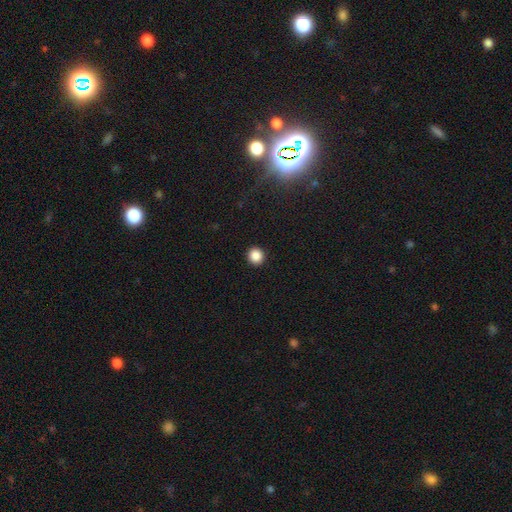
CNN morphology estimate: Smooth or featured? smooth (87%)
How rounded? round (94%)
Merging? none (93%)